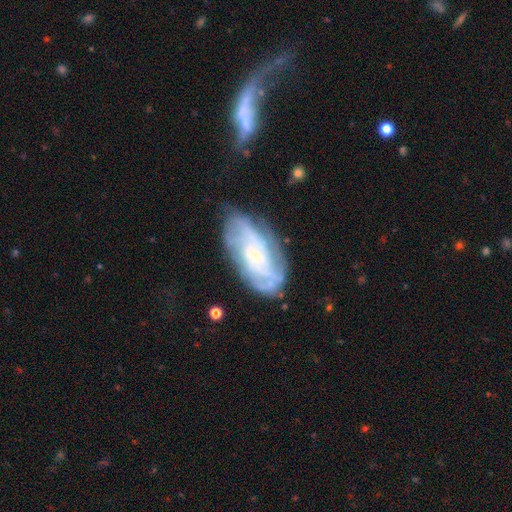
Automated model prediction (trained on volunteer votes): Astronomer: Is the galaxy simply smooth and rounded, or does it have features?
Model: featured or disk — 72%.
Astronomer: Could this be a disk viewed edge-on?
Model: no — 93%.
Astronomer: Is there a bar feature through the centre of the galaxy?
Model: no — 63%.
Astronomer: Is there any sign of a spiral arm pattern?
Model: yes — 84%.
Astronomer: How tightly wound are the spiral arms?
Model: tight — 57%.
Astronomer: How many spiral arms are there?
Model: can't tell — 52%.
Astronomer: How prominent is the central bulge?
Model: small — 70%.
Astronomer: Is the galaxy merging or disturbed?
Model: none — 65%.